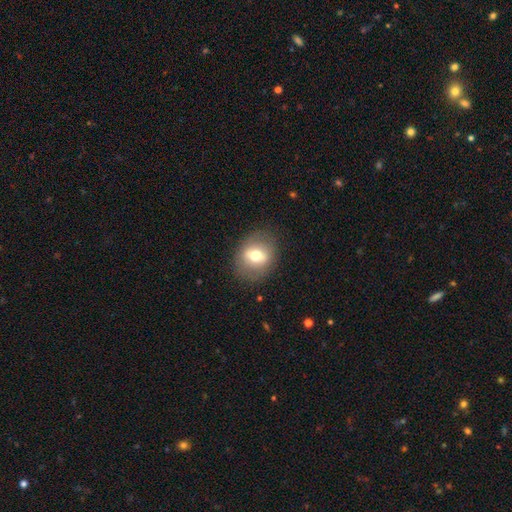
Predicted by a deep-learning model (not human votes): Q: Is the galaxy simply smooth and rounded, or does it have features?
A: smooth — 59%.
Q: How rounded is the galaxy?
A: in between — 52%.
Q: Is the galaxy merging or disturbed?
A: none — 83%.